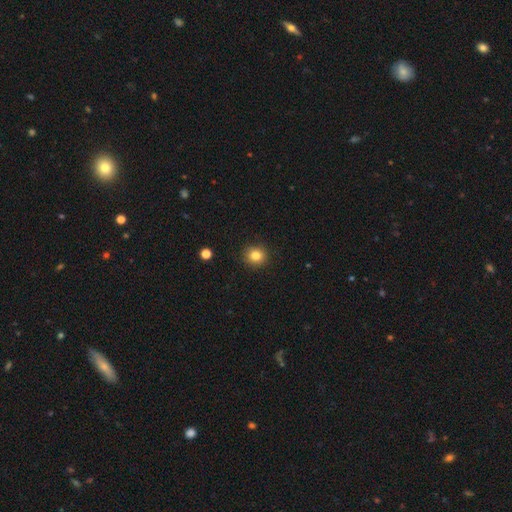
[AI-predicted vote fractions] Morphology: type=smooth (83%); roundness=round (88%); merging=none (90%).